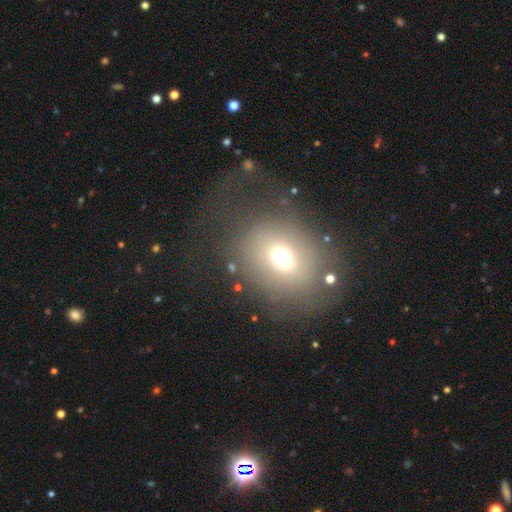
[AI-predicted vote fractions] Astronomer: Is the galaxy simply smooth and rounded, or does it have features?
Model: smooth — 61%.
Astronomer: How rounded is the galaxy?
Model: round — 53% (runner-up: in between, 46%).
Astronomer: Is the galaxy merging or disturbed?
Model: none — 58%.